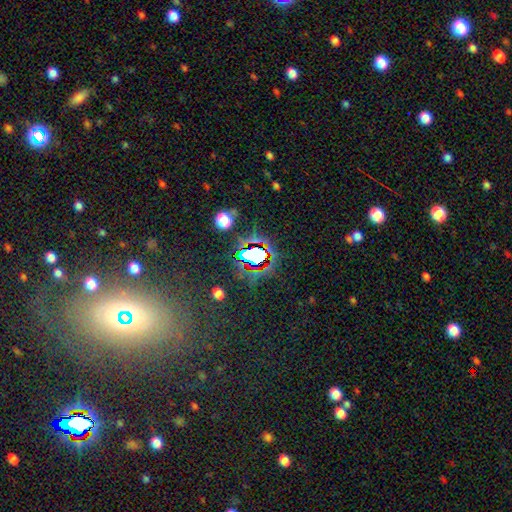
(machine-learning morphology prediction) This is likely a star or artifact rather than a galaxy (70%).